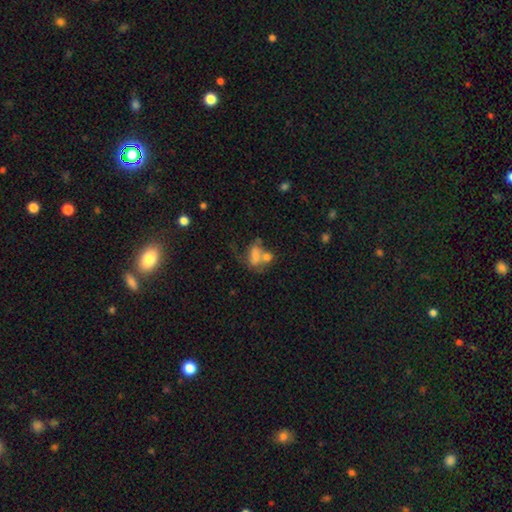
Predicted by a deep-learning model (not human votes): smooth-or-featured: smooth: 53% | featured or disk: 32% | star or artifact: 15%
  how-rounded: in between: 76% | round: 19% | cigar-shaped: 6%
  merging: merger: 43% | none: 26% | major disturbance: 17% | minor disturbance: 14%